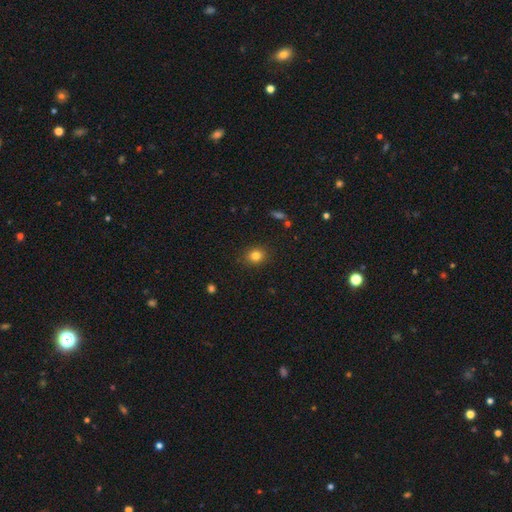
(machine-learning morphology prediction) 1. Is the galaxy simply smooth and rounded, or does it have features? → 82% smooth, 12% star or artifact, 6% featured or disk.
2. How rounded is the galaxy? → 69% round, 30% in between, 1% cigar-shaped.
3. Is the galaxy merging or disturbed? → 87% none, 9% minor disturbance, 2% major disturbance, 1% merger.